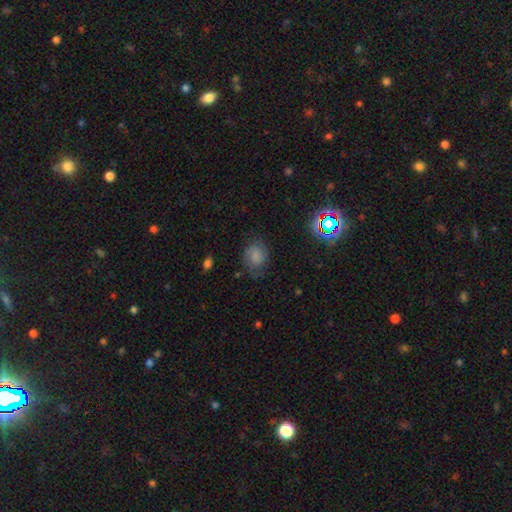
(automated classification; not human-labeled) Morphology: type=smooth (59%); roundness=round (55%); merging=none (61%).